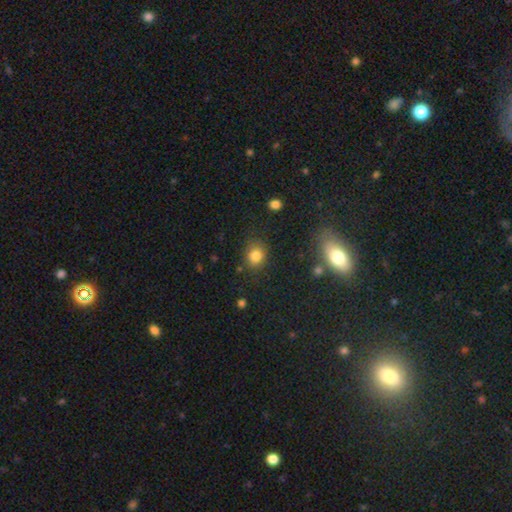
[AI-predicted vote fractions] Q: Smooth or featured?
A: smooth (81%); runner-up: star or artifact (13%)
Q: How rounded?
A: round (68%); runner-up: in between (31%)
Q: Merging?
A: none (79%); runner-up: minor disturbance (14%)